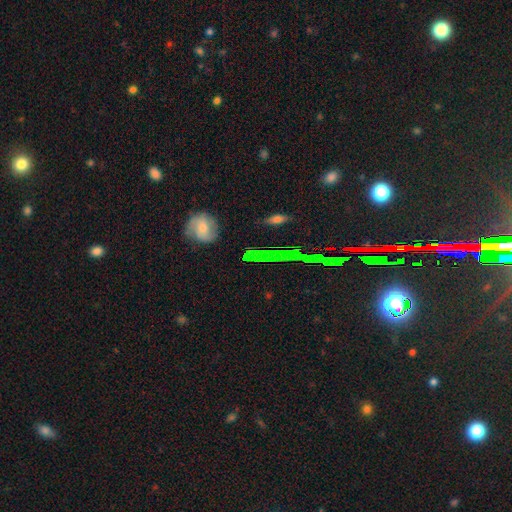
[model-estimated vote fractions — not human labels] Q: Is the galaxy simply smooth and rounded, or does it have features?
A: smooth — 38%.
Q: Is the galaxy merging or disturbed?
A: none — 69%.